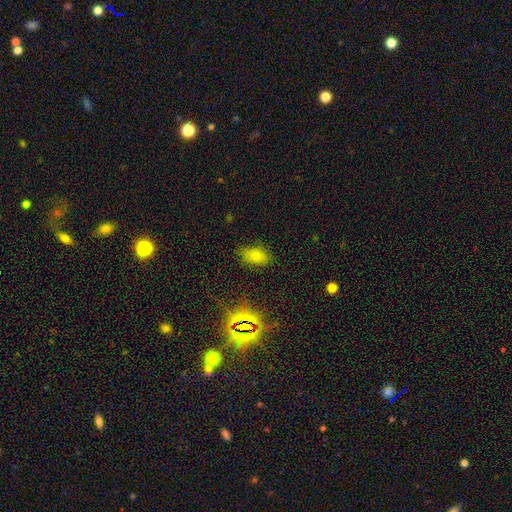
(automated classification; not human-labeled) smooth 56%, star or artifact 35%, featured or disk 10%. Down the decision tree: how rounded — in between (85%); merging — none (81%).